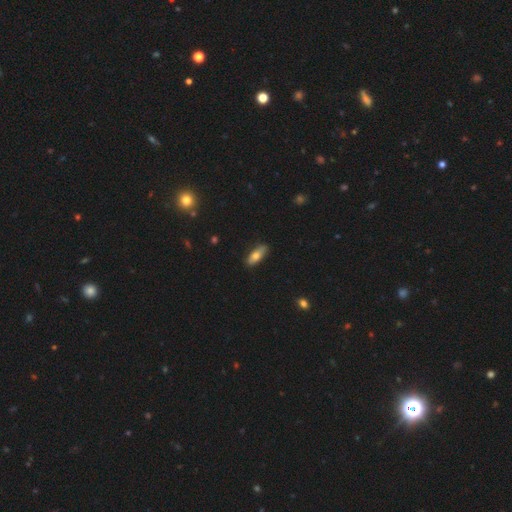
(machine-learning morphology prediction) Smooth or featured?
  - smooth: 75% *
  - featured or disk: 19%
  - star or artifact: 7%
How rounded?
  - in between: 69% *
  - cigar-shaped: 28%
  - round: 3%
Merging?
  - none: 82% *
  - minor disturbance: 14%
  - major disturbance: 2%
  - merger: 1%